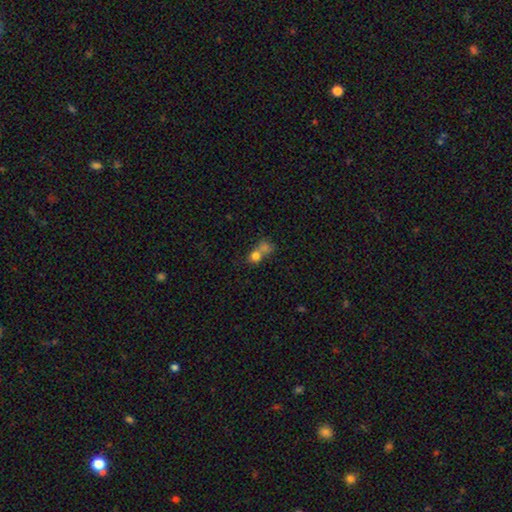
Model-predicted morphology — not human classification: This is likely a smooth galaxy (76%). How rounded: likely round (75%). Merging: likely merger (60%).